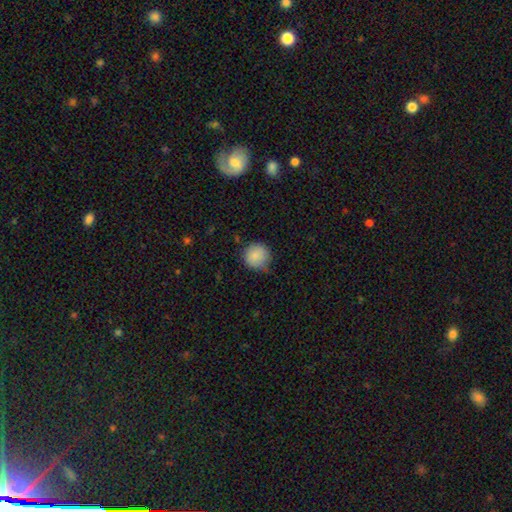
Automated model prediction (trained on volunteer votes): smooth-or-featured: smooth: 87% | star or artifact: 8% | featured or disk: 5%
  how-rounded: round: 93% | in between: 6% | cigar-shaped: 1%
  merging: none: 67% | minor disturbance: 27% | major disturbance: 5% | merger: 2%